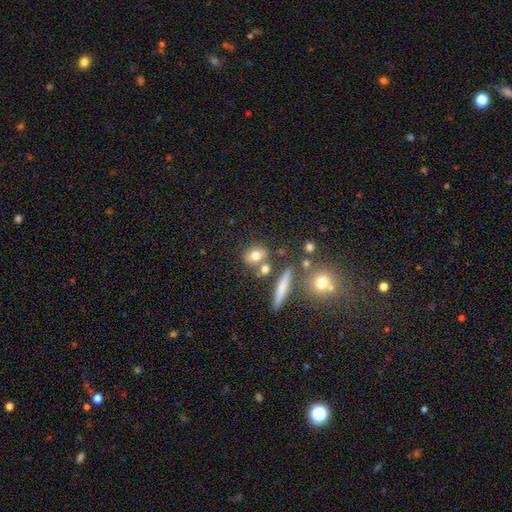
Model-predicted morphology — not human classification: Smooth or featured? smooth (69%)
How rounded? in between (46%)
Merging? none (66%)